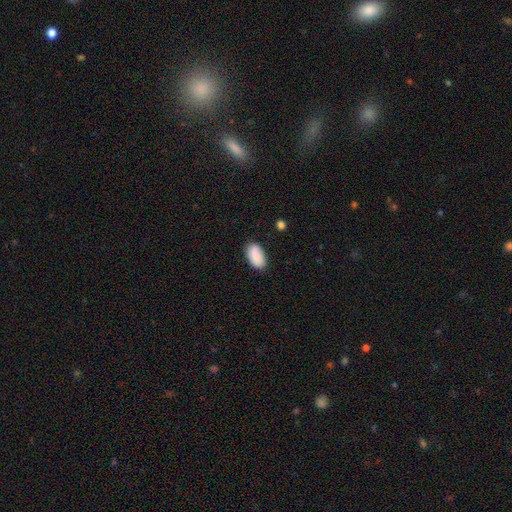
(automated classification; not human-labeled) The model was most divided on "merging": none: 82%, minor disturbance: 14%, major disturbance: 3%, merger: 2%. More confident: how rounded — in between (94%); smooth or featured — smooth (88%).